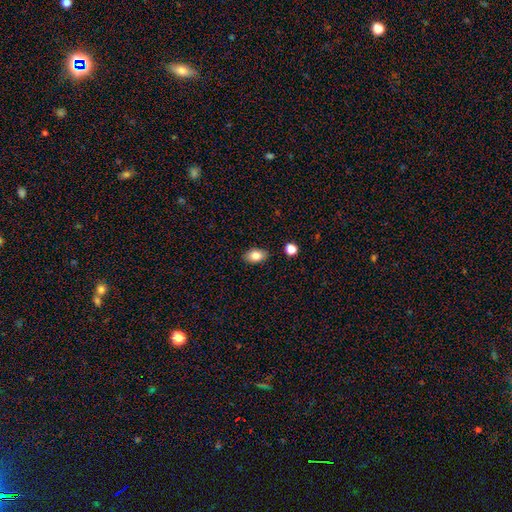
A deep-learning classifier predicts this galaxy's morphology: A smooth galaxy with no disk features (83%) that is in between round and cigar-shaped (88%).

Vote fractions:
- Smooth or featured? smooth: 83% / featured or disk: 9% / star or artifact: 8%
- How rounded? in between: 88% / round: 11% / cigar-shaped: 2%
- Merging? none: 87% / minor disturbance: 9% / major disturbance: 2% / merger: 2%